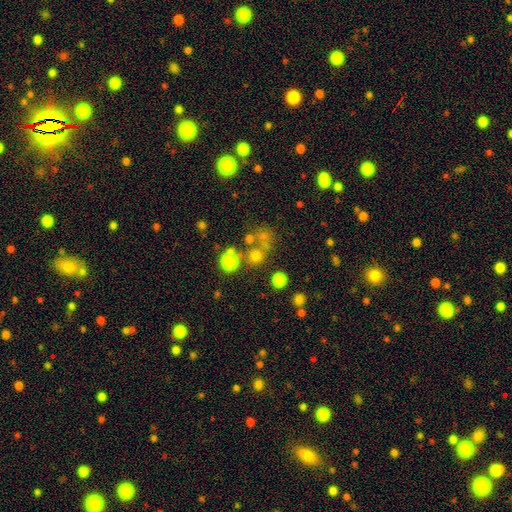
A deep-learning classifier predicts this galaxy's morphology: This is likely a smooth galaxy (65%). How rounded: clearly round (89%). Merging: likely none (62%).